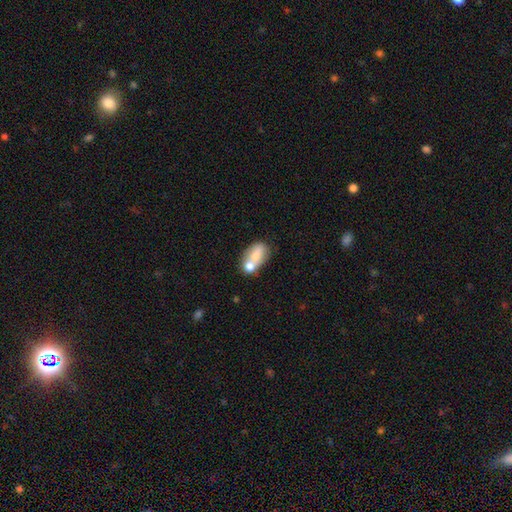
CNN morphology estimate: smooth 67%, featured or disk 25%, star or artifact 8%. Down the decision tree: how rounded — in between (82%); merging — merger (48%).